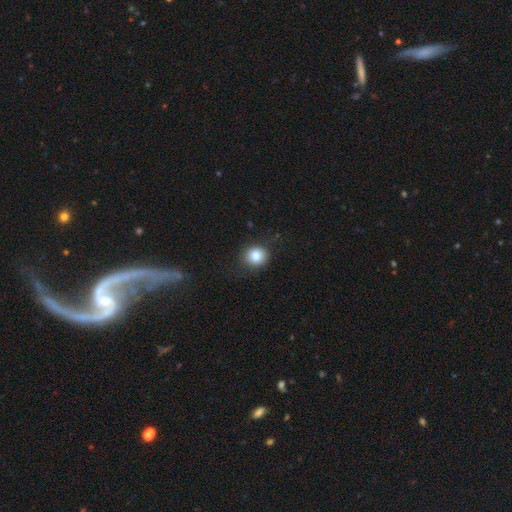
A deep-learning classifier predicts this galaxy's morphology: Overall: smooth (83%). How rounded: round (81%). Merging: none (82%).